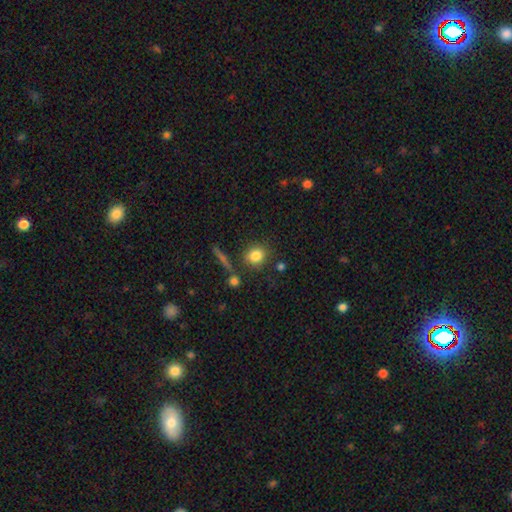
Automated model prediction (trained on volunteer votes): Q: Smooth or featured?
A: smooth (82%); runner-up: star or artifact (10%)
Q: How rounded?
A: round (80%); runner-up: in between (17%)
Q: Merging?
A: none (80%); runner-up: minor disturbance (10%)